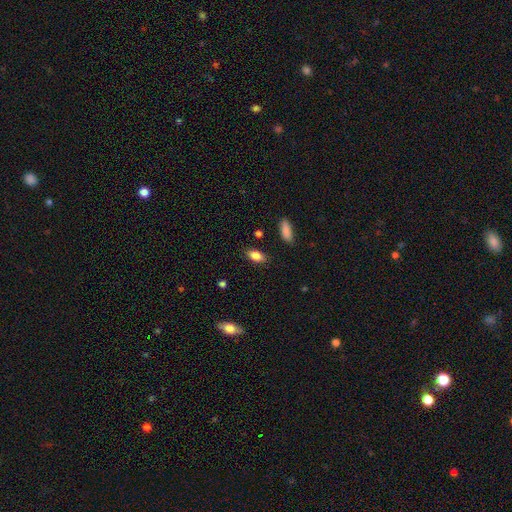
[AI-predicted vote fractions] This appears to be a smooth galaxy with no disk features (84%) that is in between round and cigar-shaped (88%). Merging: none (85%).